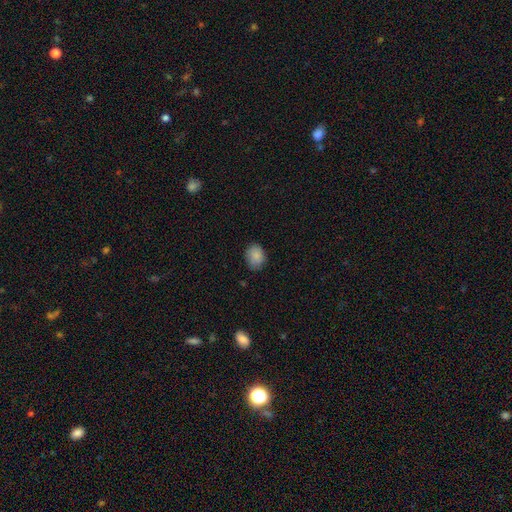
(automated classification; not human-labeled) smooth 86%, star or artifact 8%, featured or disk 6%. Down the decision tree: how rounded — in between (55%); merging — none (78%).